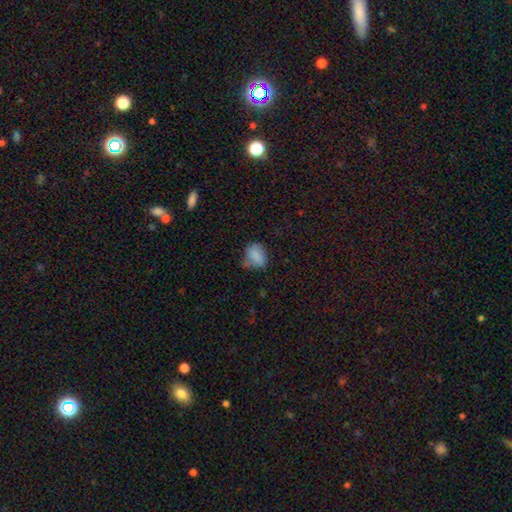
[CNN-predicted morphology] smooth_or_featured: smooth (p=0.80) [alt: star or artifact p=0.10]
how_rounded: in between (p=0.68) [alt: round p=0.31]
merging: none (p=0.48) [alt: minor disturbance p=0.34]